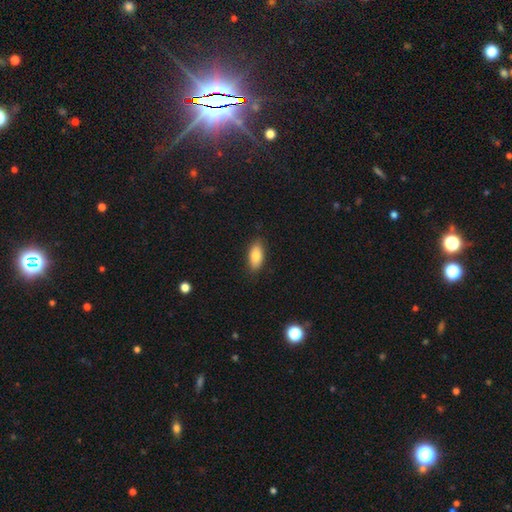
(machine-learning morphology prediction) type=smooth (83%); roundness=in between (88%); merging=none (86%).